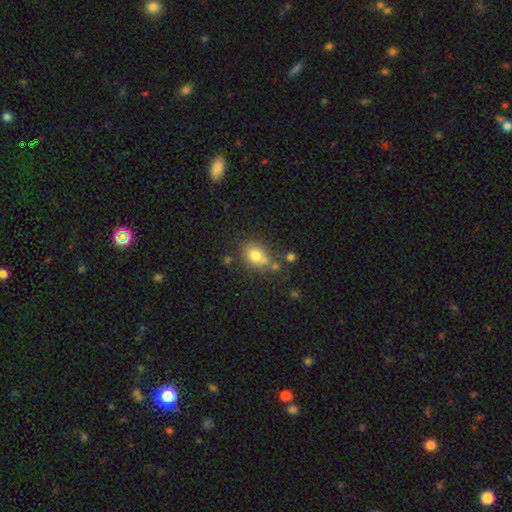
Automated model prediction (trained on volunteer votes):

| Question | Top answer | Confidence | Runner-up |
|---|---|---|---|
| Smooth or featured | smooth | 76% | featured or disk (12%) |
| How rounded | round | 53% | in between (46%) |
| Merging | none | 55% | merger (22%) |